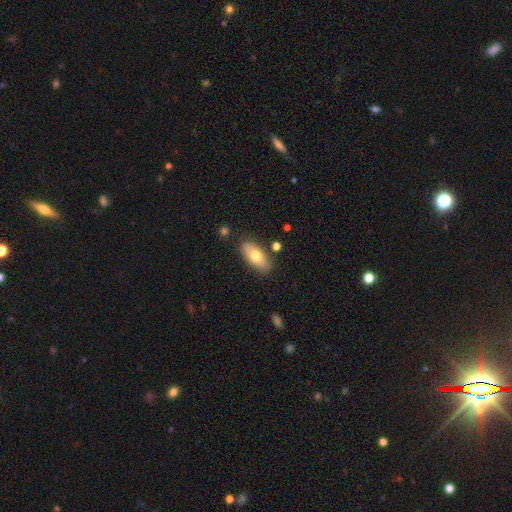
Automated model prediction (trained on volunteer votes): This is likely a smooth galaxy (69%). How rounded: clearly in between (89%). Merging: clearly none (82%).